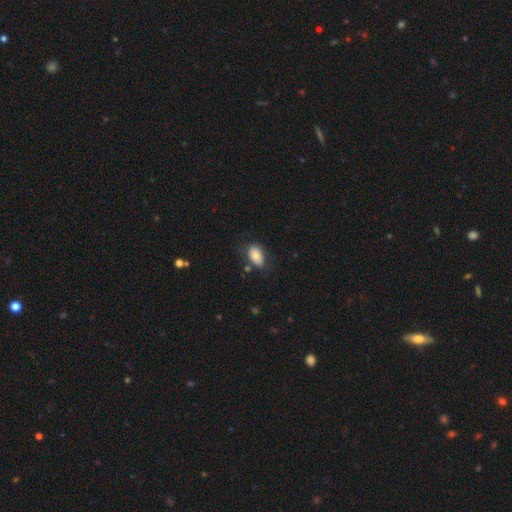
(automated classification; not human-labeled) The model was most divided on "merging": none: 67%, minor disturbance: 22%, major disturbance: 7%, merger: 4%. More confident: how rounded — in between (89%); smooth or featured — smooth (77%).